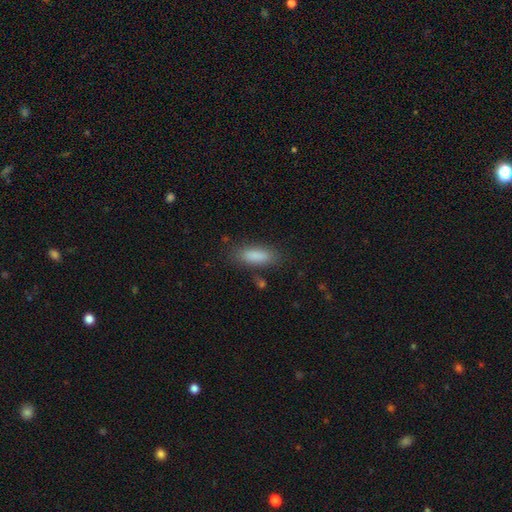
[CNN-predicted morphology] smooth 87%, star or artifact 7%, featured or disk 6%. Down the decision tree: how rounded — in between (62%); merging — none (82%).